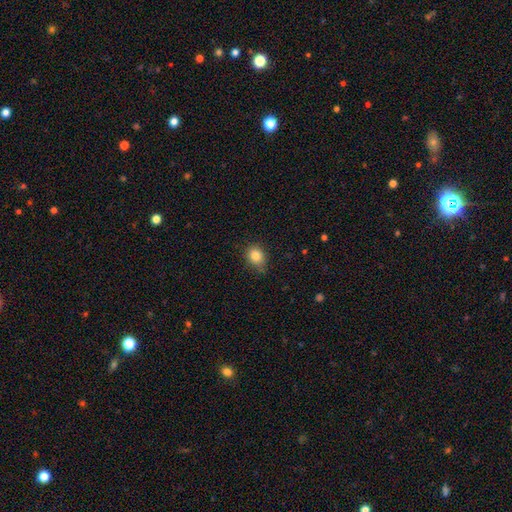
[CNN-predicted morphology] This is clearly a smooth galaxy (83%). How rounded: possibly round (56%). Merging: likely none (76%).